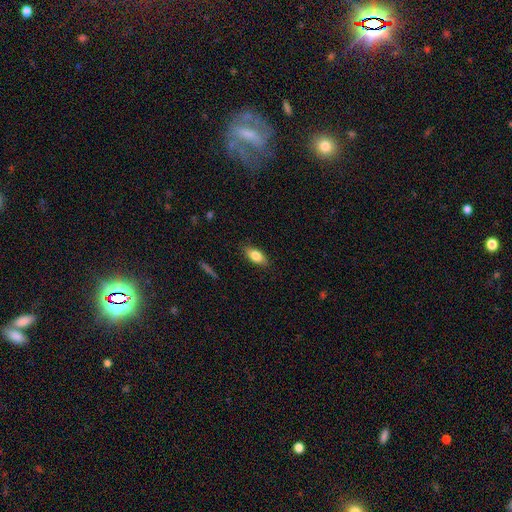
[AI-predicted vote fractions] This is likely a smooth galaxy (79%). How rounded: clearly in between (84%). Merging: clearly none (86%).